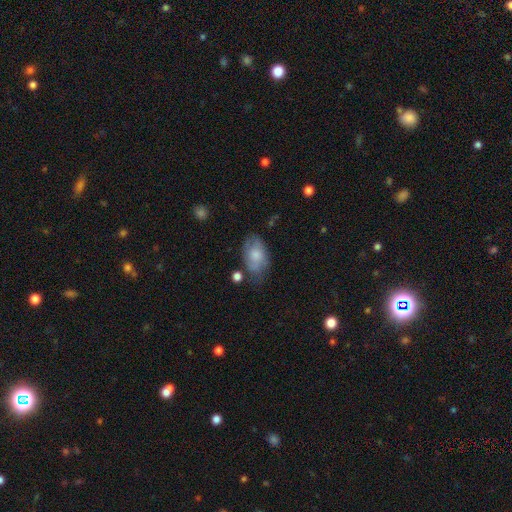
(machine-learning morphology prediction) The model was most divided on "merging": none: 53%, minor disturbance: 31%, major disturbance: 11%, merger: 4%. More confident: how rounded — in between (91%); smooth or featured — smooth (68%).